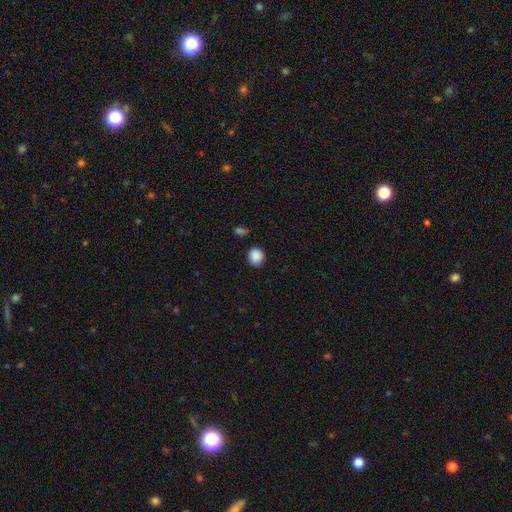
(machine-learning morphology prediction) Smooth or featured?
  - smooth: 88% *
  - star or artifact: 9%
  - featured or disk: 3%
How rounded?
  - round: 79% *
  - in between: 20%
  - cigar-shaped: 1%
Merging?
  - none: 82% *
  - minor disturbance: 12%
  - major disturbance: 3%
  - merger: 3%